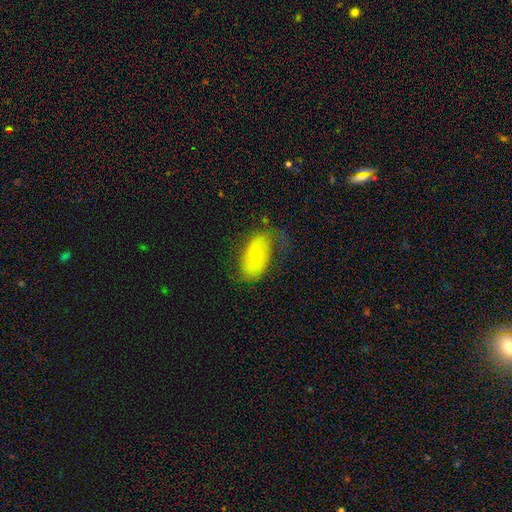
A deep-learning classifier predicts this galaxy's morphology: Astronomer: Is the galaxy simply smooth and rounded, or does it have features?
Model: featured or disk — 56% (runner-up: smooth, 36%).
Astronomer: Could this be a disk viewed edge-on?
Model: no — 93%.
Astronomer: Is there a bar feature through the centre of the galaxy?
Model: no — 68%.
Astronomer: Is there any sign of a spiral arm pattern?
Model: yes — 73%.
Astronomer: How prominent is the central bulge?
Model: moderate — 48% (runner-up: small, 47%).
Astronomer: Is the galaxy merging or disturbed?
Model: none — 59%.